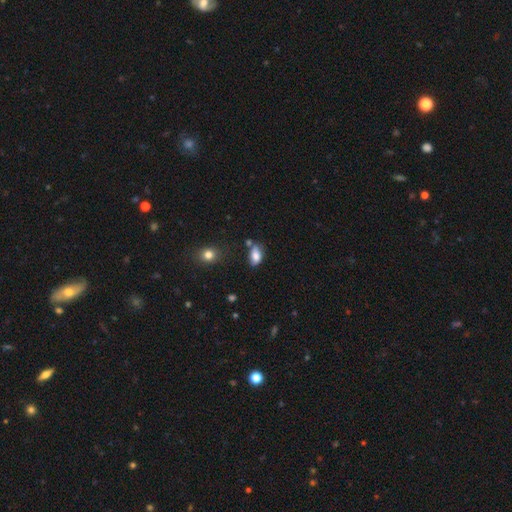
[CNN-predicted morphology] This appears to be a smooth galaxy with no disk features (77%) that is in between round and cigar-shaped (88%). Merging: none (60%).